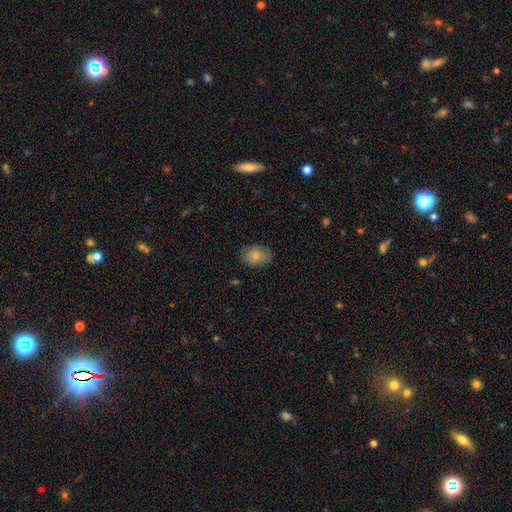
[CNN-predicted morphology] This is likely a smooth galaxy (80%). How rounded: clearly in between (81%). Merging: clearly none (82%).